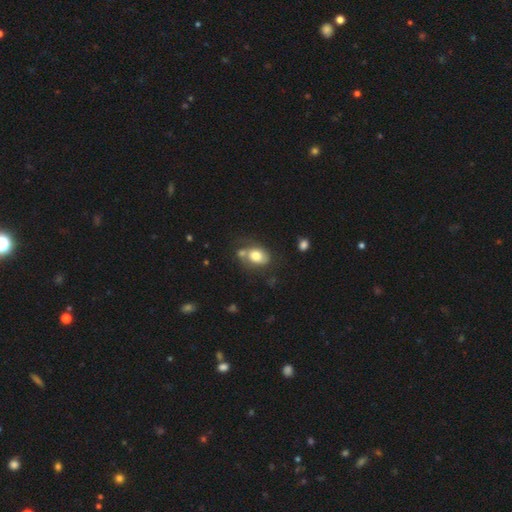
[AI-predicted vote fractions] Morphology: type=smooth (72%); roundness=in between (70%); merging=none (44%).